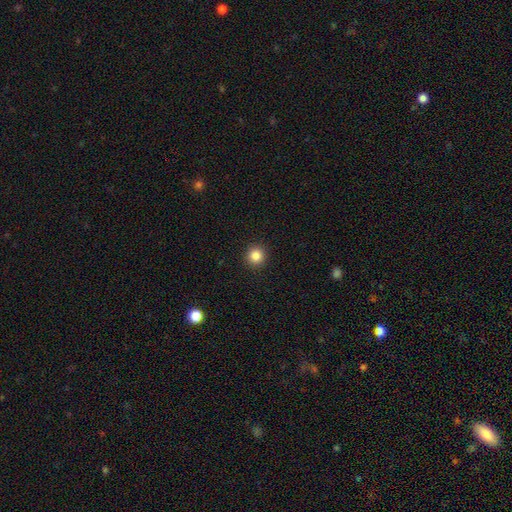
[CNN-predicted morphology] type=smooth (85%); roundness=round (94%); merging=none (93%).